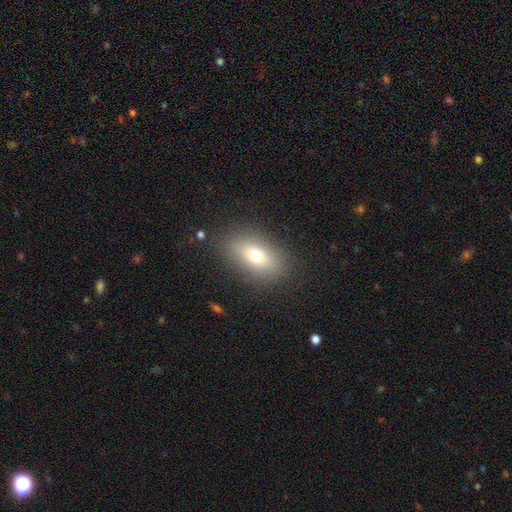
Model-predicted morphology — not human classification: smooth_or_featured: smooth (p=0.68) [alt: featured or disk p=0.20]
how_rounded: in between (p=0.83) [alt: round p=0.13]
merging: none (p=0.85) [alt: minor disturbance p=0.10]